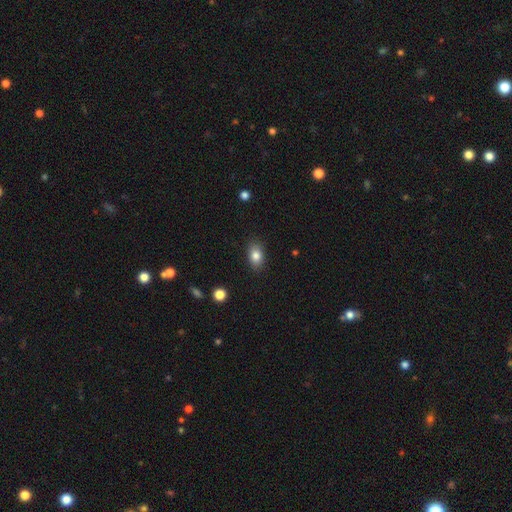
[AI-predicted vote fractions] A smooth galaxy with no disk features (83%) that is in between round and cigar-shaped (81%).

Vote fractions:
- Smooth or featured? smooth: 83% / star or artifact: 9% / featured or disk: 8%
- How rounded? in between: 81% / round: 17% / cigar-shaped: 2%
- Merging? none: 86% / minor disturbance: 10% / major disturbance: 2% / merger: 1%